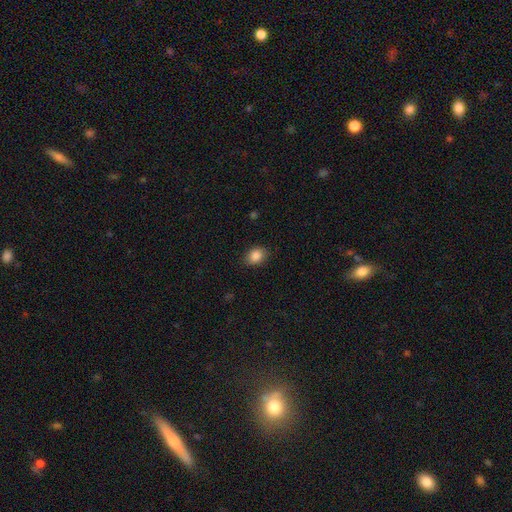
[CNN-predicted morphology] Q: Smooth or featured?
A: smooth (87%); runner-up: star or artifact (9%)
Q: How rounded?
A: in between (62%); runner-up: round (37%)
Q: Merging?
A: none (85%); runner-up: minor disturbance (11%)